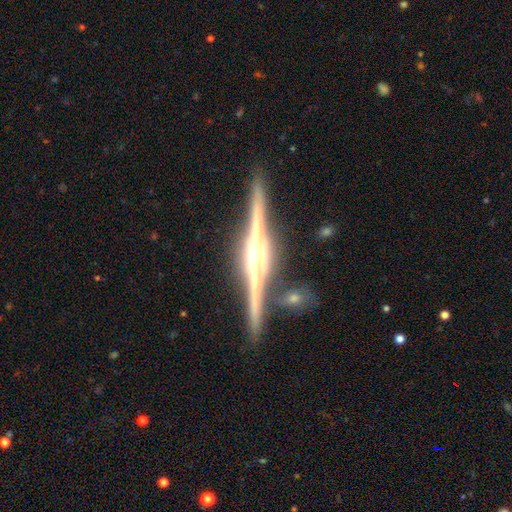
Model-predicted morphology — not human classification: A featured or disk galaxy (91%) viewed edge-on (98%) with a rounded central bulge (81%).

Vote fractions:
- Smooth or featured? featured or disk: 91% / star or artifact: 5% / smooth: 4%
- Edge-on disk? yes: 98% / no: 2%
- Edge-on bulge? rounded: 81% / boxy: 15% / none: 4%
- Merging? none: 87% / minor disturbance: 7% / merger: 5% / major disturbance: 2%